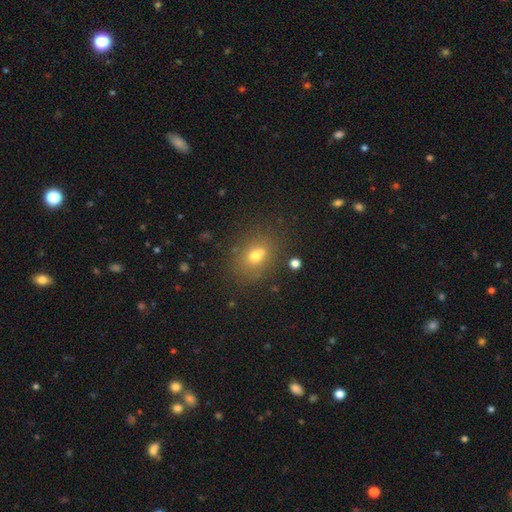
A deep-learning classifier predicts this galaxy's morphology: This is likely a smooth galaxy (65%). How rounded: possibly in between (54%). Merging: likely none (69%).